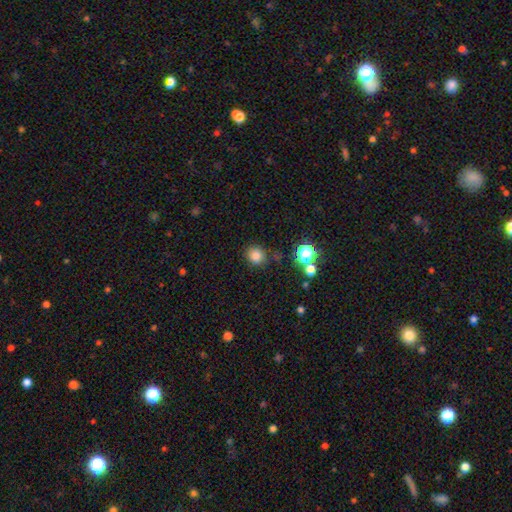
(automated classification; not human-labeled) Smooth or featured? Predicted: smooth (p=0.81). How rounded? Predicted: round (p=0.84). Merging? Predicted: none (p=0.81).